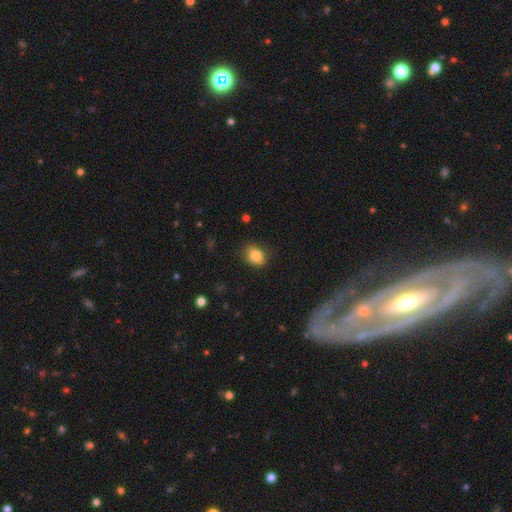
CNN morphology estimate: Smooth or featured? smooth (86%)
How rounded? in between (56%)
Merging? none (79%)